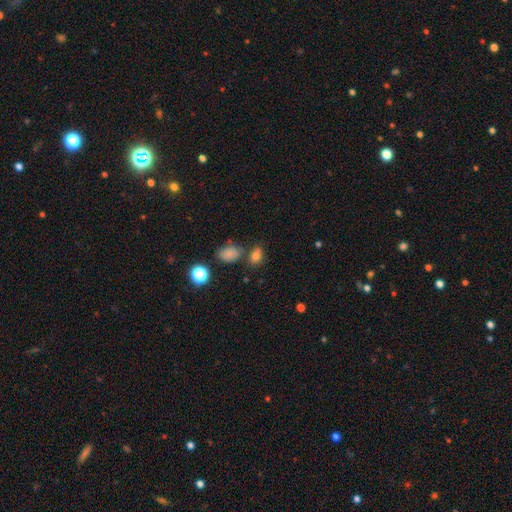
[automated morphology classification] A smooth galaxy with no disk features (76%) that is in between round and cigar-shaped (76%).

Vote fractions:
- Smooth or featured? smooth: 76% / star or artifact: 17% / featured or disk: 7%
- How rounded? in between: 76% / round: 22% / cigar-shaped: 2%
- Merging? none: 64% / merger: 17% / minor disturbance: 14% / major disturbance: 5%